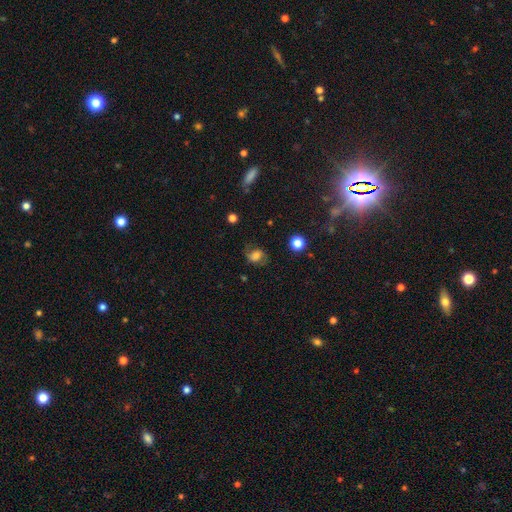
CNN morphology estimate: This appears to be a smooth galaxy with no disk features (52%) that is in between round and cigar-shaped (54%). Merging: none (68%).